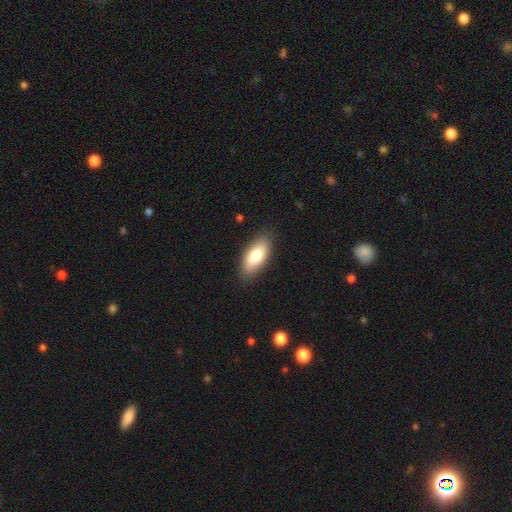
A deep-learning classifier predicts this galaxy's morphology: smooth-or-featured: smooth: 79% | featured or disk: 15% | star or artifact: 6%
  how-rounded: in between: 85% | cigar-shaped: 12% | round: 2%
  merging: none: 86% | minor disturbance: 10% | major disturbance: 2% | merger: 1%